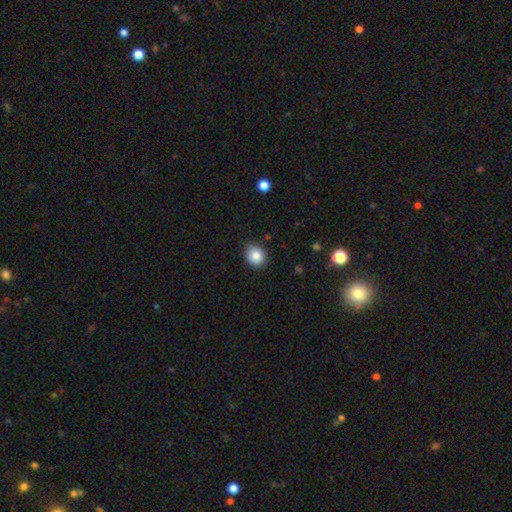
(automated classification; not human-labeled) Morphology: type=smooth (86%); roundness=round (70%); merging=none (88%).